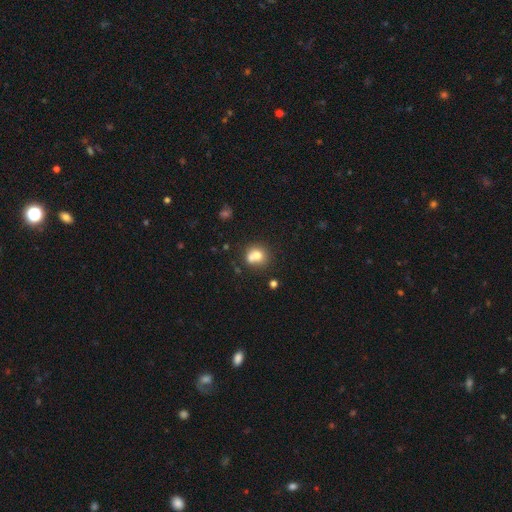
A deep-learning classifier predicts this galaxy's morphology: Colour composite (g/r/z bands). It shows a smooth galaxy with no disk features (71%) that is round (76%). Merging: merger (45%).